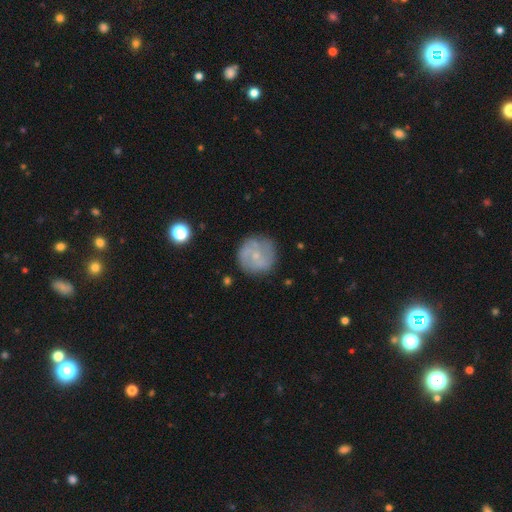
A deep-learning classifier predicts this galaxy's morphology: type=featured or disk (50%); merging=none (77%).